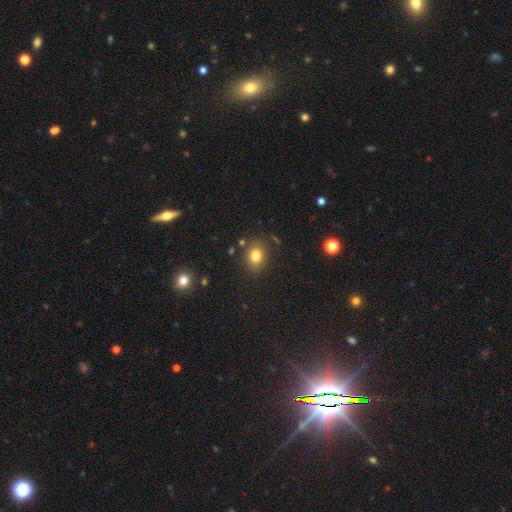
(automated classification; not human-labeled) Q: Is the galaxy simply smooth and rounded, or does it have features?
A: smooth — 79%.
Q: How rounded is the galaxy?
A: in between — 57%.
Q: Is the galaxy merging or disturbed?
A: none — 81%.